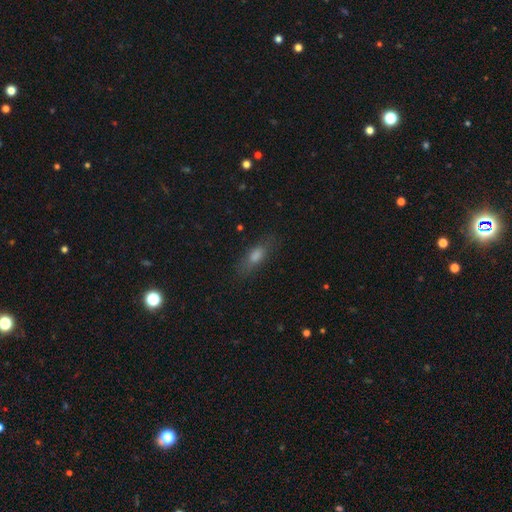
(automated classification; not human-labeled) smooth_or_featured: smooth (p=0.64) [alt: featured or disk p=0.21]
how_rounded: in between (p=0.59) [alt: cigar-shaped p=0.37]
merging: none (p=0.81) [alt: minor disturbance p=0.13]